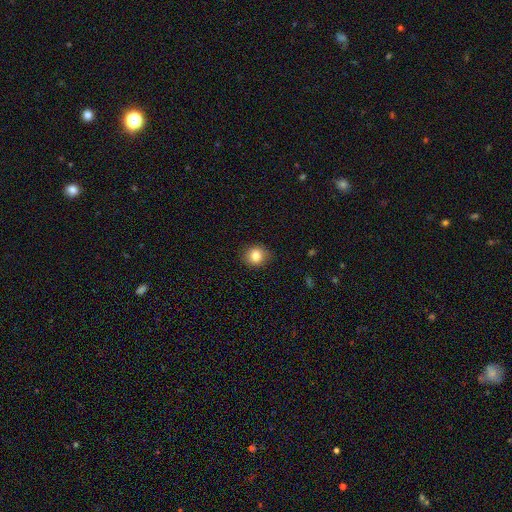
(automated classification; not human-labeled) Smooth or featured? Predicted: smooth (p=0.83). How rounded? Predicted: round (p=0.81). Merging? Predicted: none (p=0.87).